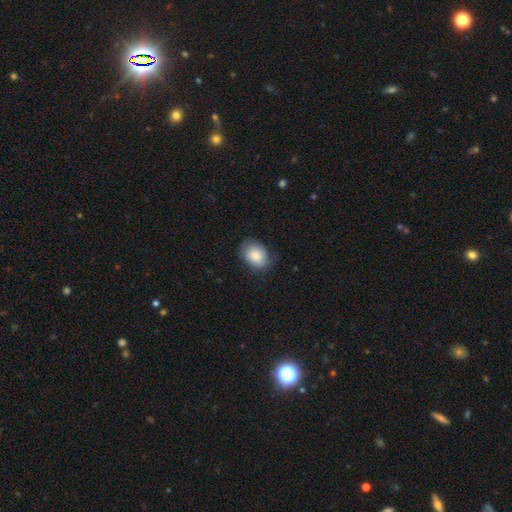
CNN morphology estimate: Smooth or featured? smooth (83%)
How rounded? in between (67%)
Merging? none (73%)